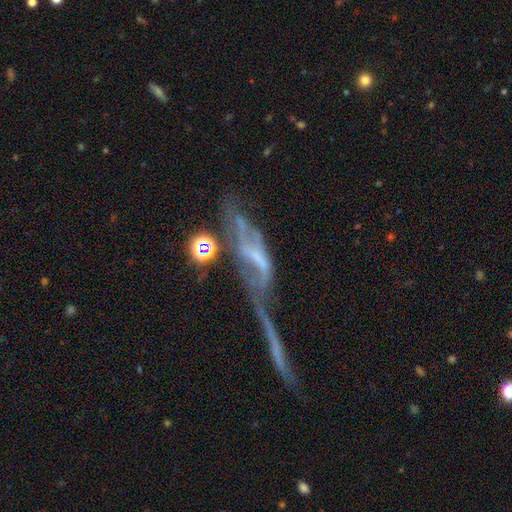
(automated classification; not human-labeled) Smooth or featured: featured or disk — 67% (smooth — 19%)
Edge-on disk: no — 79% (yes — 21%)
Bar: no — 44% (weak — 30%)
Spiral arms: yes — 59% (no — 41%)
Bulge size: none — 50% (small — 30%)
Merging: merger — 41% (major disturbance — 32%)